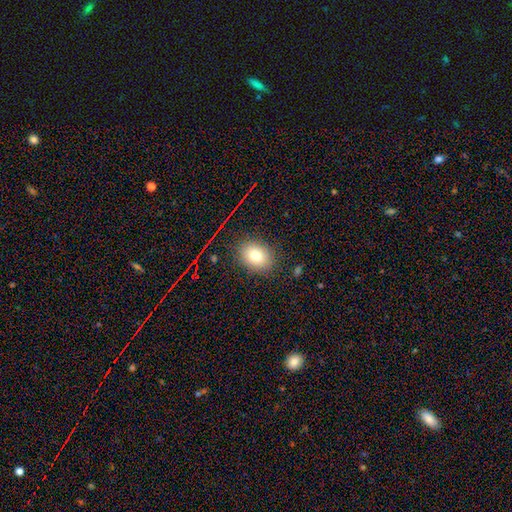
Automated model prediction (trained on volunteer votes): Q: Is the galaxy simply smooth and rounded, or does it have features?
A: smooth — 75%.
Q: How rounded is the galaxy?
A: in between — 59%.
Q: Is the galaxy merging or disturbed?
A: none — 86%.